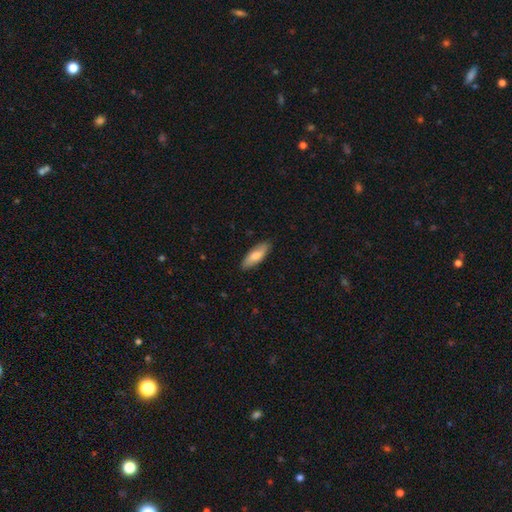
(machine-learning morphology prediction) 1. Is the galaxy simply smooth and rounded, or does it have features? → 75% smooth, 19% featured or disk, 5% star or artifact.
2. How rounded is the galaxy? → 65% in between, 33% cigar-shaped, 2% round.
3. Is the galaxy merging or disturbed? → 86% none, 11% minor disturbance, 2% major disturbance, 1% merger.